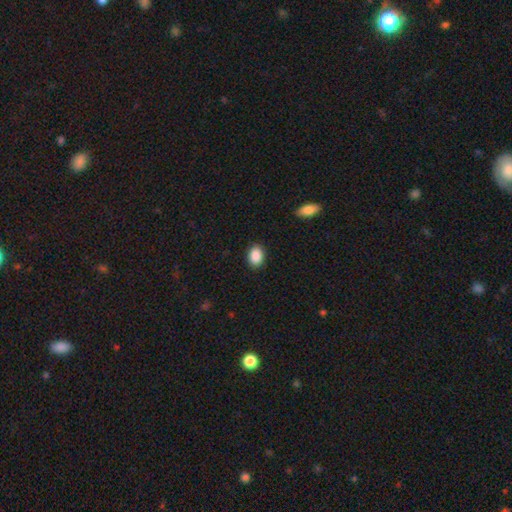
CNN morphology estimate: A smooth galaxy with no disk features (89%) that is in between round and cigar-shaped (77%).

Vote fractions:
- Smooth or featured? smooth: 89% / star or artifact: 7% / featured or disk: 3%
- How rounded? in between: 77% / round: 22% / cigar-shaped: 1%
- Merging? none: 90% / minor disturbance: 7% / major disturbance: 2% / merger: 1%